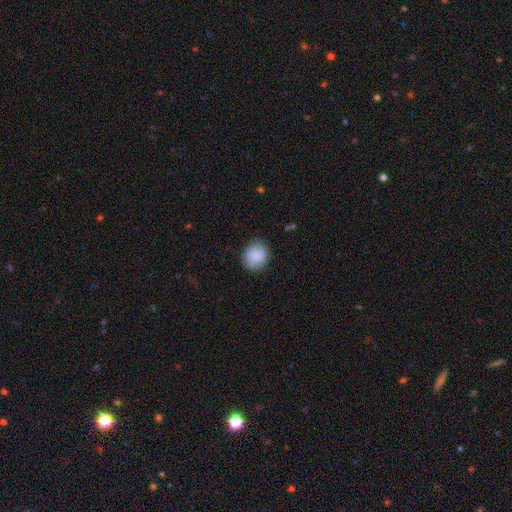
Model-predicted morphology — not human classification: Smooth or featured? Predicted: smooth (p=0.84). How rounded? Predicted: round (p=0.78). Merging? Predicted: none (p=0.82).